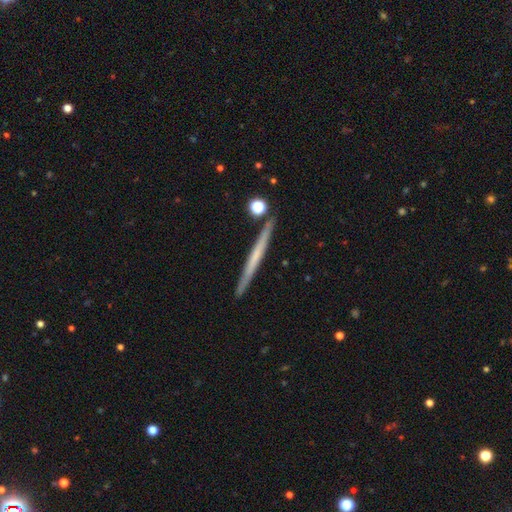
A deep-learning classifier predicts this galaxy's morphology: A featured or disk galaxy (54%) viewed edge-on (97%) with no central bulge (85%).

Vote fractions:
- Smooth or featured? featured or disk: 54% / smooth: 40% / star or artifact: 6%
- Edge-on disk? yes: 97% / no: 3%
- Edge-on bulge? none: 85% / rounded: 10% / boxy: 5%
- Merging? none: 89% / minor disturbance: 7% / merger: 3% / major disturbance: 1%